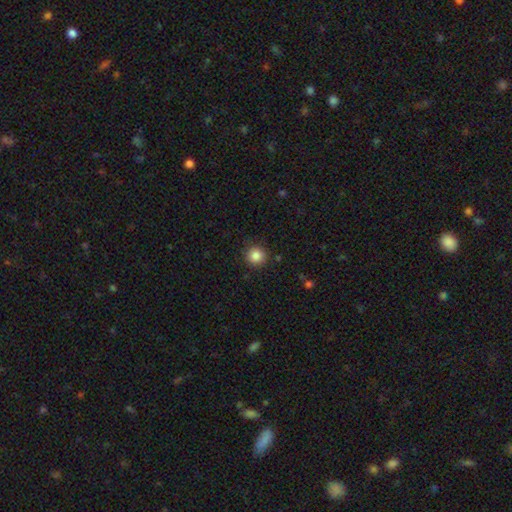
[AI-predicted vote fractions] Overall: smooth (86%). How rounded: round (94%). Merging: none (90%).